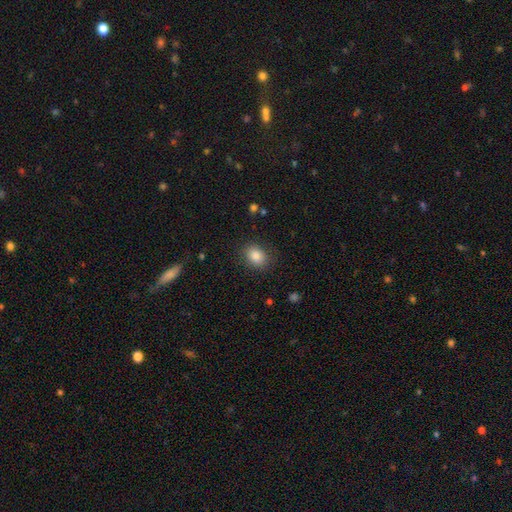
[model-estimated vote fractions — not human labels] A smooth galaxy with no disk features (86%) that is in between round and cigar-shaped (60%). Merging: none (85%).